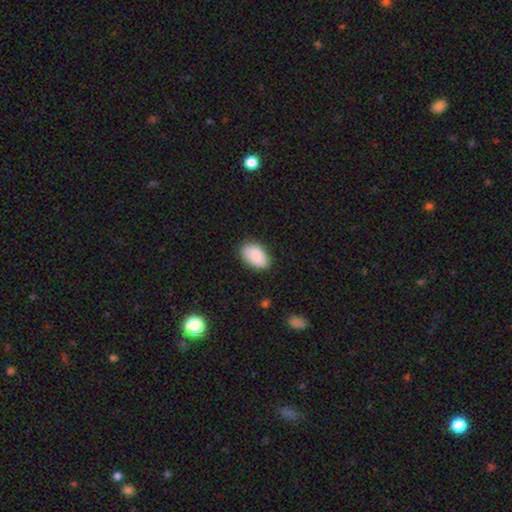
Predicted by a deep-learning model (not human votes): Q: Smooth or featured?
A: smooth (88%); runner-up: star or artifact (6%)
Q: How rounded?
A: in between (92%); runner-up: round (7%)
Q: Merging?
A: none (81%); runner-up: minor disturbance (15%)